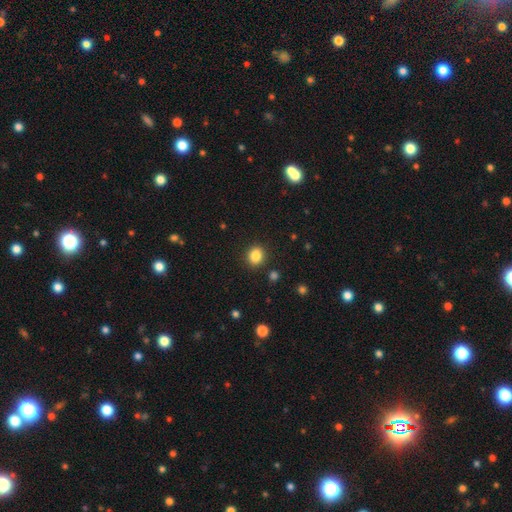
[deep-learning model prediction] The model was most divided on "how rounded": round: 77%, in between: 22%, cigar-shaped: 1%. More confident: merging — none (90%); smooth or featured — smooth (85%).